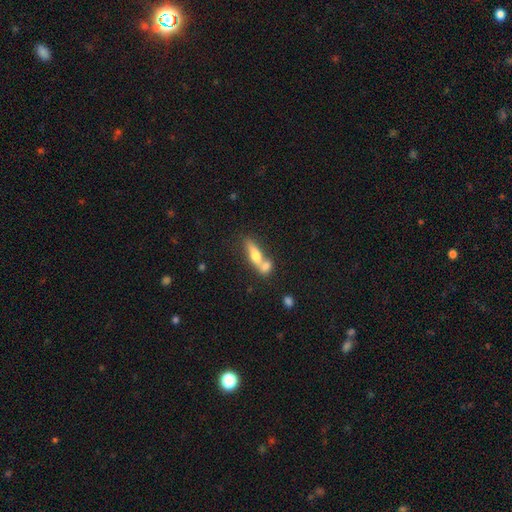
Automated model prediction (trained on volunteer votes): A smooth galaxy with no disk features (59%) that is cigar-shaped (56%).

Vote fractions:
- Smooth or featured? smooth: 59% / featured or disk: 34% / star or artifact: 7%
- How rounded? cigar-shaped: 56% / in between: 39% / round: 5%
- Merging? merger: 50% / none: 36% / minor disturbance: 9% / major disturbance: 4%